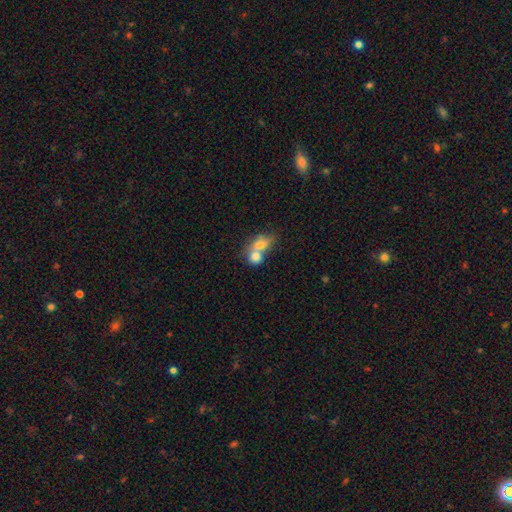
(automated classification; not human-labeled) smooth_or_featured: smooth (p=0.74) [alt: featured or disk p=0.18]
how_rounded: in between (p=0.51) [alt: round p=0.46]
merging: merger (p=0.70) [alt: none p=0.19]